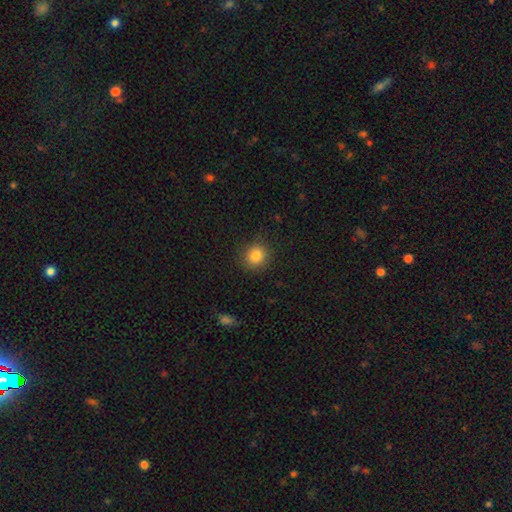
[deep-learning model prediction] The model was most divided on "smooth or featured": smooth: 84%, star or artifact: 11%, featured or disk: 6%. More confident: merging — none (88%); how rounded — round (87%).